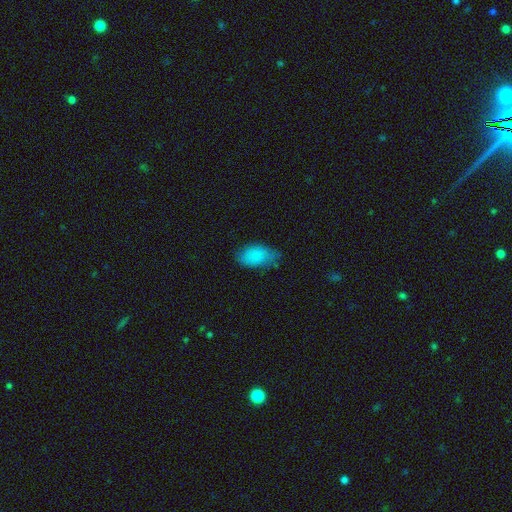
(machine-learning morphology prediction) A smooth galaxy with no disk features (83%) that is in between round and cigar-shaped (93%). Merging: none (60%).